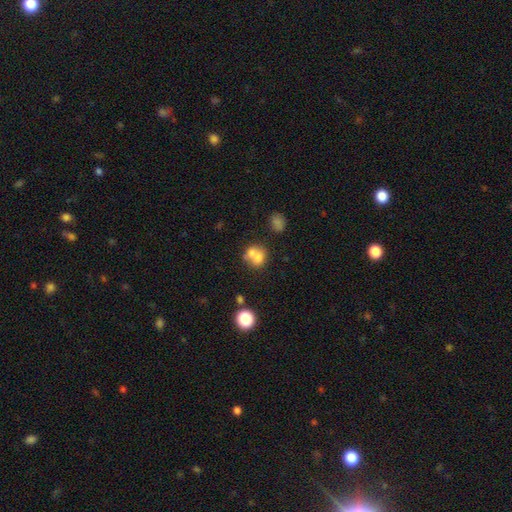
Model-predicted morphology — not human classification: Smooth or featured?
  - smooth: 66% *
  - featured or disk: 22%
  - star or artifact: 12%
How rounded?
  - round: 67% *
  - in between: 32%
  - cigar-shaped: 1%
Merging?
  - merger: 57% *
  - none: 30%
  - minor disturbance: 8%
  - major disturbance: 4%